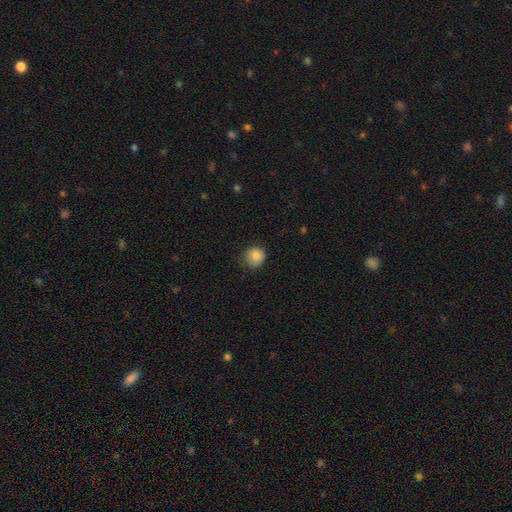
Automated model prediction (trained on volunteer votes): Q: Smooth or featured?
A: smooth (86%); runner-up: star or artifact (9%)
Q: How rounded?
A: round (86%); runner-up: in between (13%)
Q: Merging?
A: none (71%); runner-up: minor disturbance (23%)